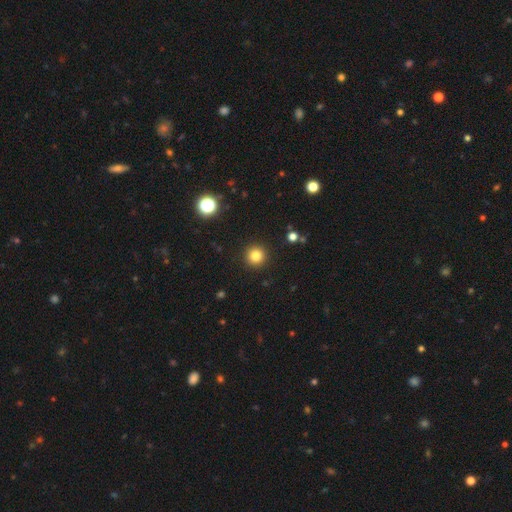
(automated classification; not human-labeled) smooth 83%, star or artifact 12%, featured or disk 5%. Down the decision tree: how rounded — round (95%); merging — none (92%).